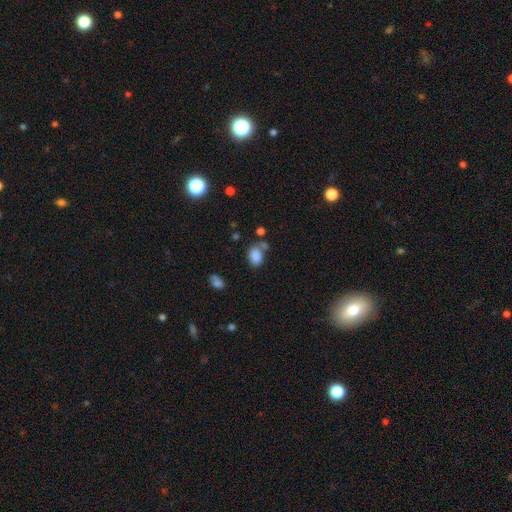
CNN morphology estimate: Q: Smooth or featured?
A: smooth (85%); runner-up: star or artifact (10%)
Q: How rounded?
A: in between (75%); runner-up: round (23%)
Q: Merging?
A: none (57%); runner-up: minor disturbance (19%)